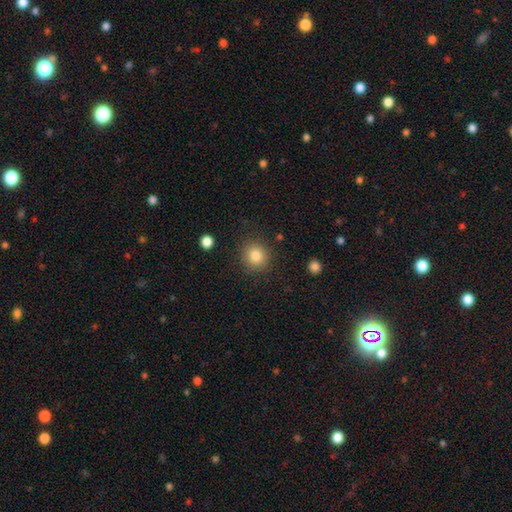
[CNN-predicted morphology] A smooth galaxy with no disk features (83%) that is round (91%).

Vote fractions:
- Smooth or featured? smooth: 83% / star or artifact: 10% / featured or disk: 6%
- How rounded? round: 91% / in between: 8% / cigar-shaped: 1%
- Merging? none: 87% / minor disturbance: 8% / major disturbance: 3% / merger: 2%